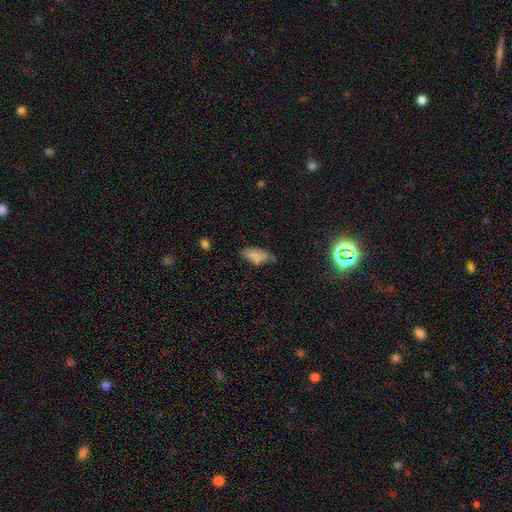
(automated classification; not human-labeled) This is likely a smooth galaxy (77%). How rounded: clearly in between (82%). Merging: possibly none (48%).